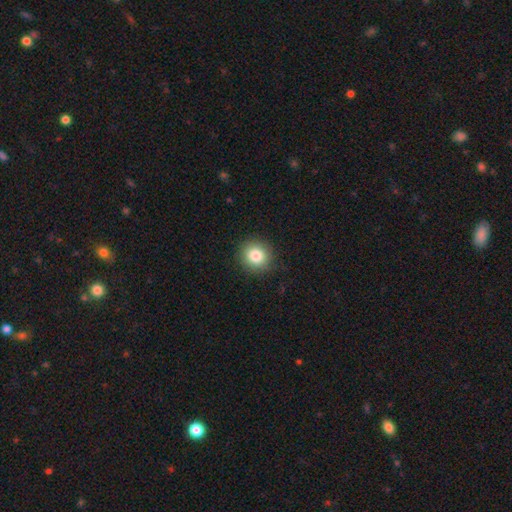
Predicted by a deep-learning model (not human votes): Smooth or featured? Predicted: smooth (p=0.84). How rounded? Predicted: round (p=0.90). Merging? Predicted: none (p=0.90).